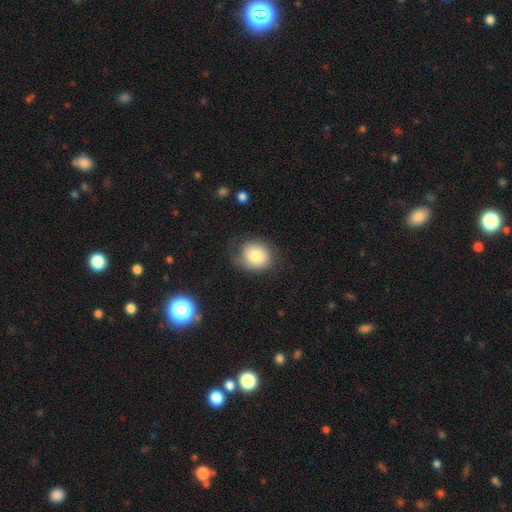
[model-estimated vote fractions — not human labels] Q: Smooth or featured?
A: smooth (78%); runner-up: featured or disk (14%)
Q: How rounded?
A: round (75%); runner-up: in between (24%)
Q: Merging?
A: none (67%); runner-up: minor disturbance (23%)